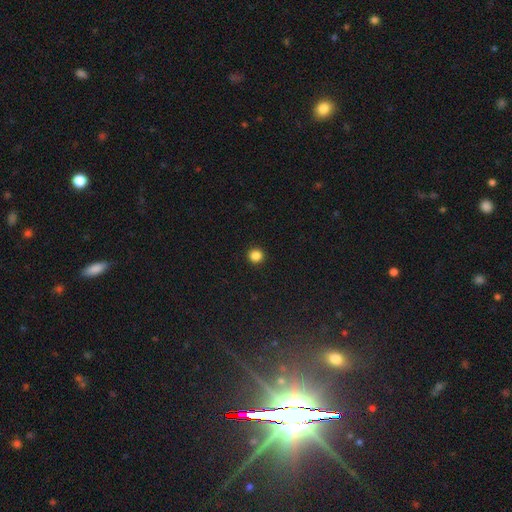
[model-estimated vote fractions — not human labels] This appears to be a smooth galaxy with no disk features (85%) that is round (94%). Merging: none (93%).